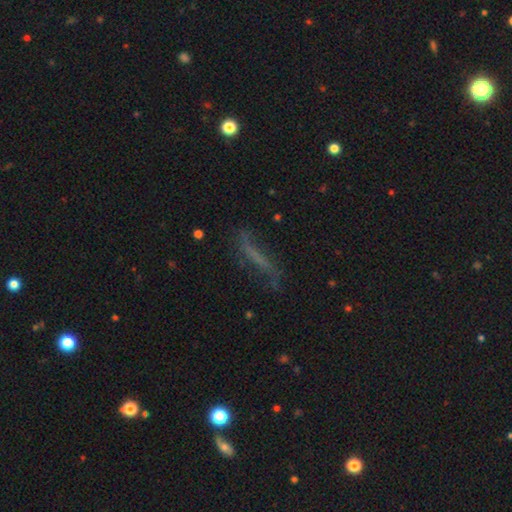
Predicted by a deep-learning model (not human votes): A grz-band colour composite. It shows a featured or disk galaxy (44%). Merging: none (58%).